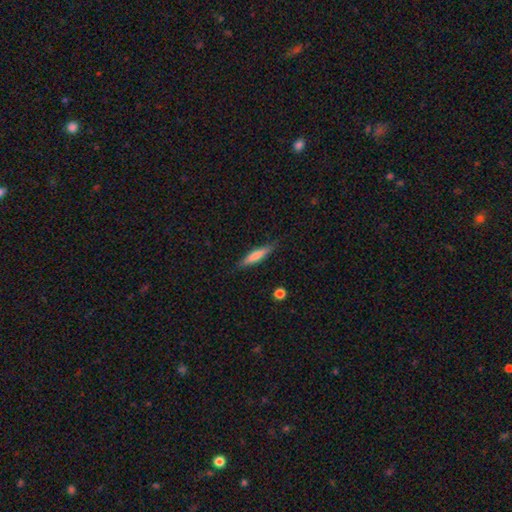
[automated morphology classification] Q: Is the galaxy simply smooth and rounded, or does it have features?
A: smooth — 63%.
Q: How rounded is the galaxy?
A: cigar-shaped — 87%.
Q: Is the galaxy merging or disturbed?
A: none — 86%.